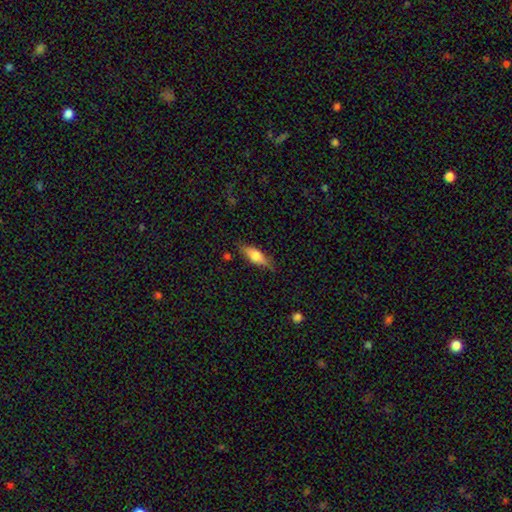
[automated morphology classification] A smooth galaxy with no disk features (67%) that is in between round and cigar-shaped (61%).

Vote fractions:
- Smooth or featured? smooth: 67% / featured or disk: 27% / star or artifact: 7%
- How rounded? in between: 61% / cigar-shaped: 36% / round: 3%
- Merging? none: 77% / minor disturbance: 18% / major disturbance: 4% / merger: 2%